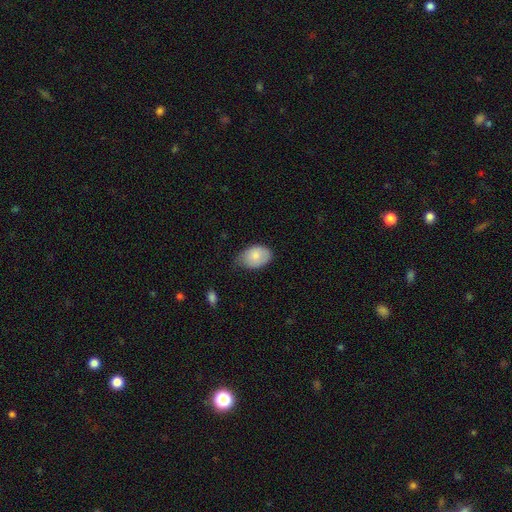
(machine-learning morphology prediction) type=smooth (80%); roundness=in between (84%); merging=none (47%).